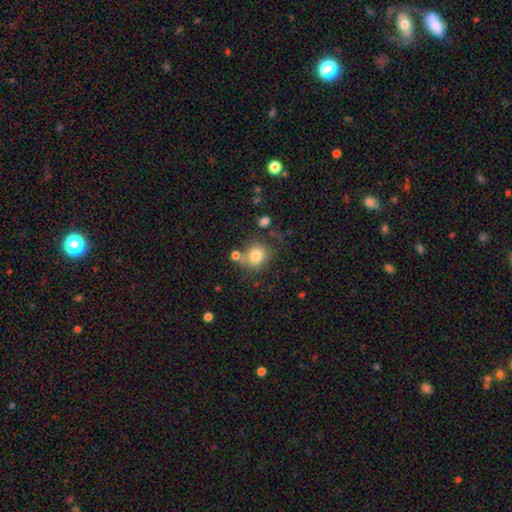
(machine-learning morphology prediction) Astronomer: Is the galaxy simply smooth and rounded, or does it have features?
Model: smooth — 80%.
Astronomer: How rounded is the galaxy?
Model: round — 76%.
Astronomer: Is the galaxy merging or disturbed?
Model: none — 64%.